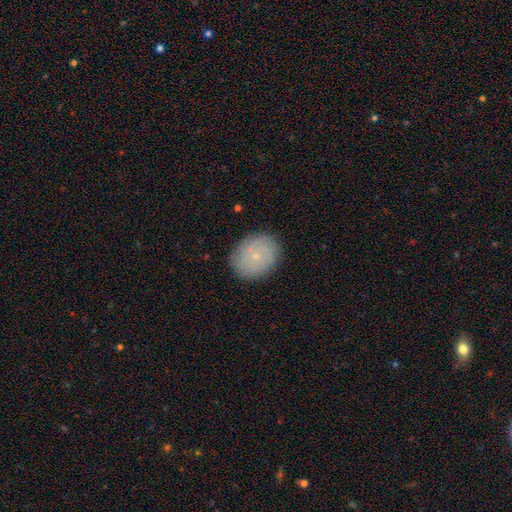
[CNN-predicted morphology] smooth_or_featured: smooth (p=0.49) [alt: featured or disk p=0.42]
merging: none (p=0.85) [alt: minor disturbance p=0.11]